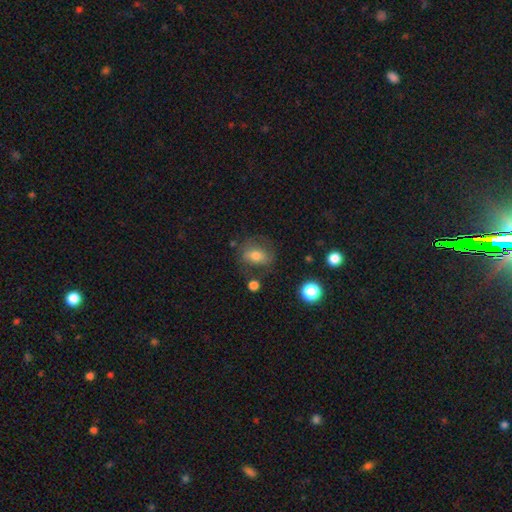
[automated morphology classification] A smooth galaxy with no disk features (62%) that is in between round and cigar-shaped (60%).

Vote fractions:
- Smooth or featured? smooth: 62% / featured or disk: 27% / star or artifact: 11%
- How rounded? in between: 60% / round: 38% / cigar-shaped: 2%
- Merging? none: 63% / minor disturbance: 21% / major disturbance: 12% / merger: 5%